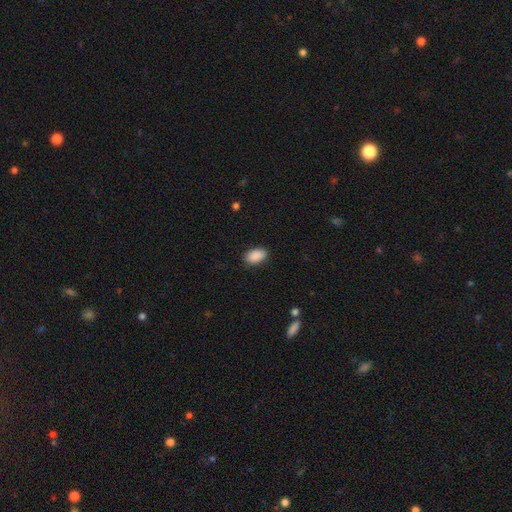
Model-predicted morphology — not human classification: Q: Smooth or featured?
A: smooth (90%); runner-up: star or artifact (7%)
Q: How rounded?
A: in between (92%); runner-up: round (6%)
Q: Merging?
A: none (87%); runner-up: minor disturbance (9%)